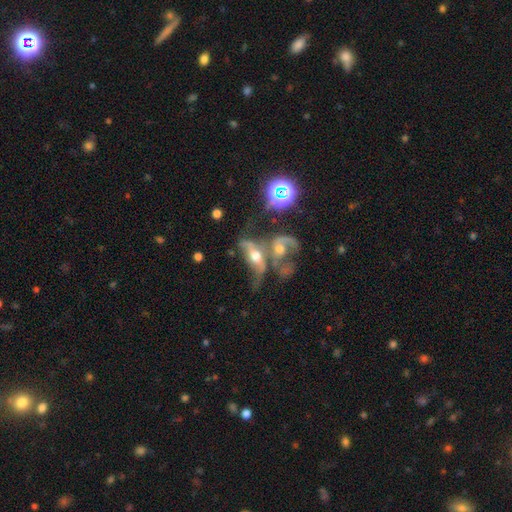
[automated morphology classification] smooth_or_featured: featured or disk (p=0.59) [alt: smooth p=0.27]
disk_edge_on: no (p=0.83) [alt: yes p=0.17]
merging: merger (p=0.69) [alt: major disturbance p=0.14]